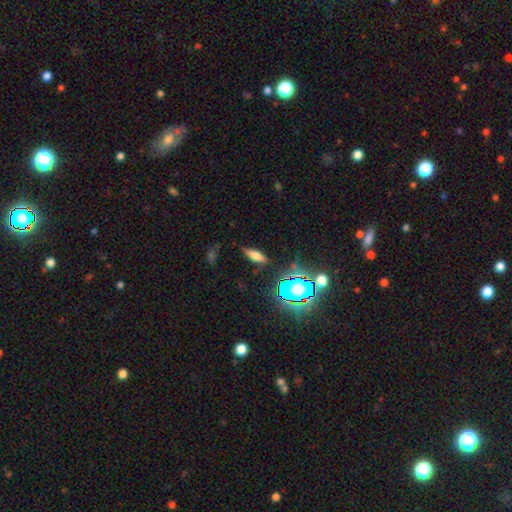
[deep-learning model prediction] Smooth or featured? Predicted: smooth (p=0.61). How rounded? Predicted: in between (p=0.61). Merging? Predicted: none (p=0.81).